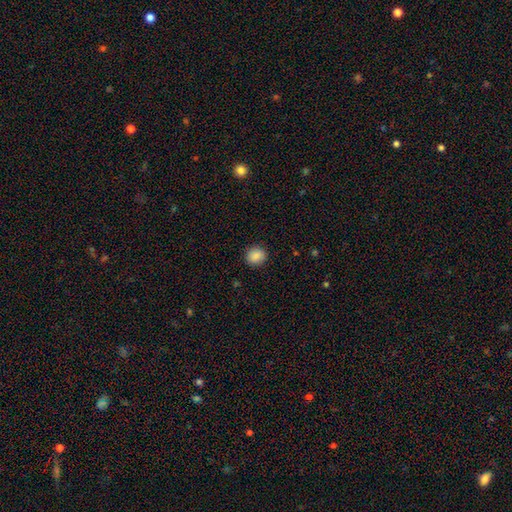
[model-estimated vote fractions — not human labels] Smooth or featured? Predicted: smooth (p=0.87). How rounded? Predicted: round (p=0.87). Merging? Predicted: none (p=0.91).